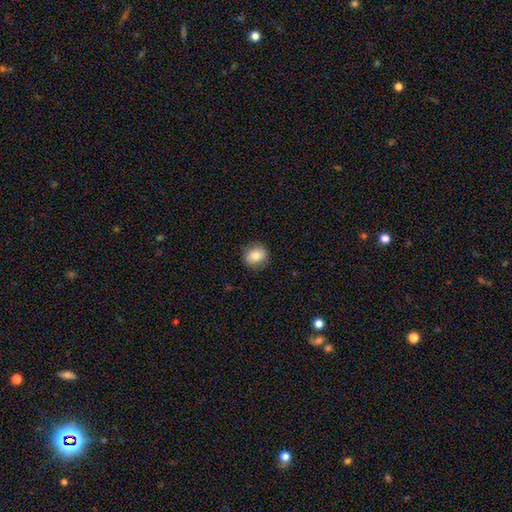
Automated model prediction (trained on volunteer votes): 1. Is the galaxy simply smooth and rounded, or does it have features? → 80% smooth, 11% featured or disk, 9% star or artifact.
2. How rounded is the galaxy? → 68% round, 31% in between, 1% cigar-shaped.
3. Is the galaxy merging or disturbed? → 86% none, 10% minor disturbance, 3% major disturbance, 1% merger.